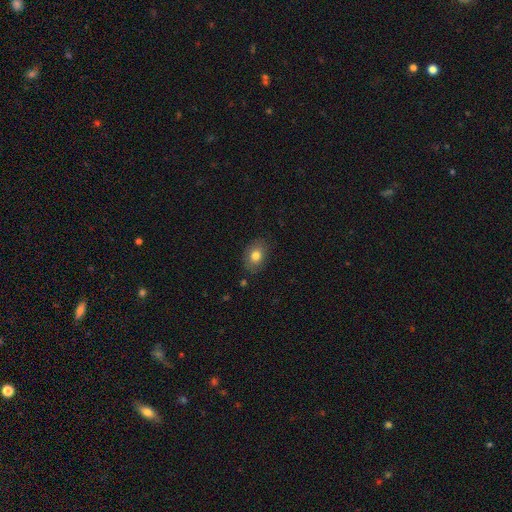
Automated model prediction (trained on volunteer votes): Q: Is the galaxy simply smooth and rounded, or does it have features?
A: smooth — 80%.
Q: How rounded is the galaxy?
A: in between — 69%.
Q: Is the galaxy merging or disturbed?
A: none — 83%.